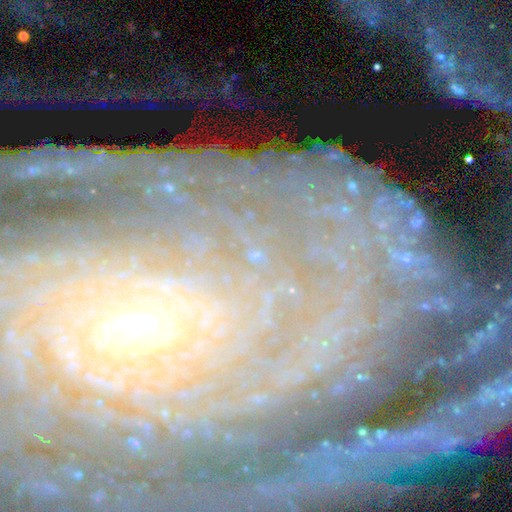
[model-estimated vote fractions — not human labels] Smooth or featured?
  - star or artifact: 63% *
  - featured or disk: 25%
  - smooth: 12%